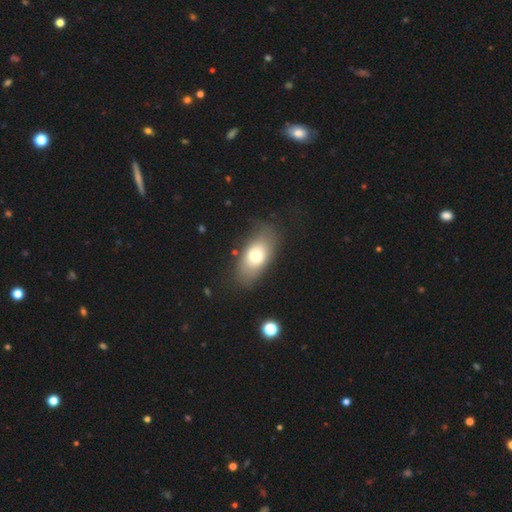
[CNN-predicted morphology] This is likely a smooth galaxy (68%). How rounded: clearly in between (87%). Merging: likely none (75%).